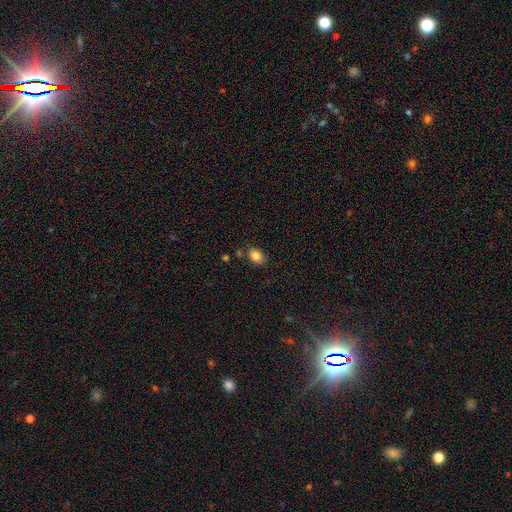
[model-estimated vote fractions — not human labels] smooth-or-featured: smooth: 84% | star or artifact: 9% | featured or disk: 6%
  how-rounded: in between: 75% | round: 24% | cigar-shaped: 1%
  merging: none: 77% | minor disturbance: 14% | merger: 6% | major disturbance: 3%